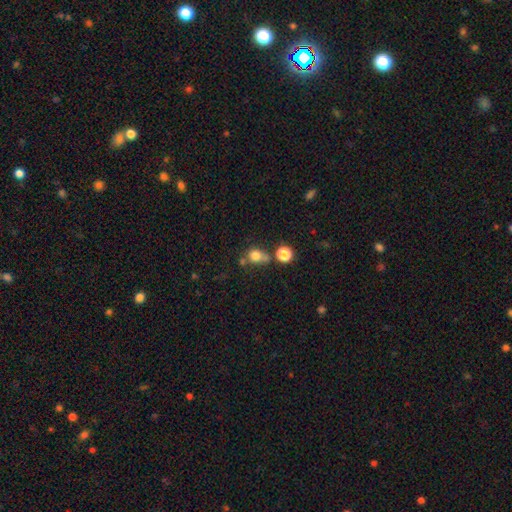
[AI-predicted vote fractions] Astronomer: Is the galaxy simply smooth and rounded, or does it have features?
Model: smooth — 77%.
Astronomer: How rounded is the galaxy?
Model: round — 56% (runner-up: in between, 43%).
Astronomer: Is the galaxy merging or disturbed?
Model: none — 43% (runner-up: merger, 27%).